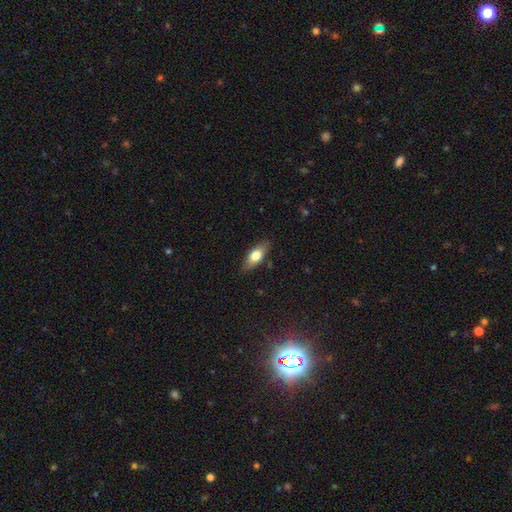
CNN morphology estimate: Overall: smooth (68%). How rounded: in between (75%). Merging: none (84%).